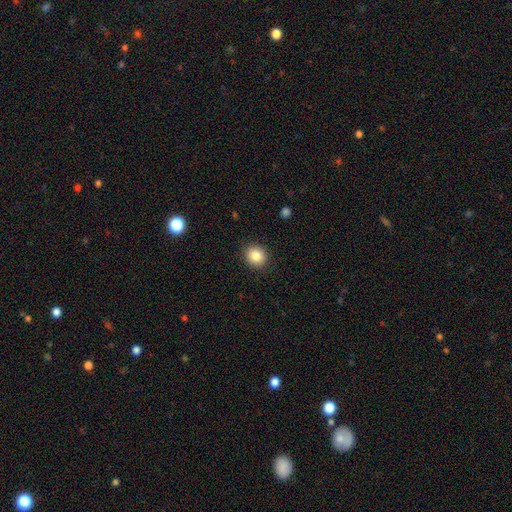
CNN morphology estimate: A smooth galaxy with no disk features (86%) that is round (80%).

Vote fractions:
- Smooth or featured? smooth: 86% / star or artifact: 9% / featured or disk: 5%
- How rounded? round: 80% / in between: 19% / cigar-shaped: 1%
- Merging? none: 90% / minor disturbance: 7% / major disturbance: 2% / merger: 1%